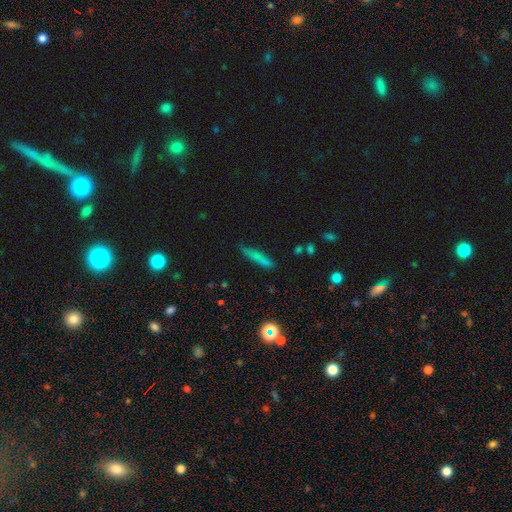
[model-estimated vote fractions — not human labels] smooth-or-featured: smooth: 67% | featured or disk: 19% | star or artifact: 14%
  how-rounded: cigar-shaped: 87% | in between: 10% | round: 3%
  merging: none: 79% | minor disturbance: 15% | major disturbance: 4% | merger: 2%